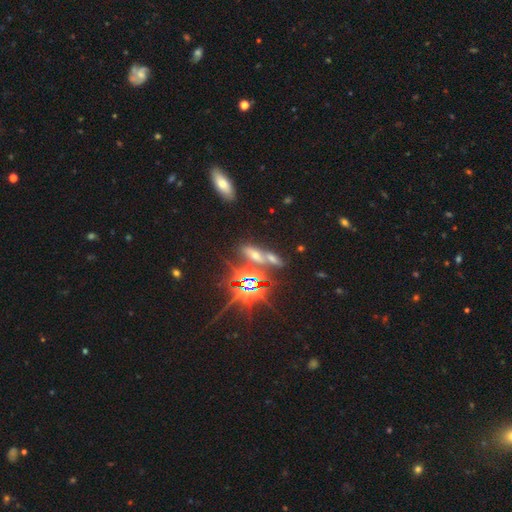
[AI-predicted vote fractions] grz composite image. It shows a star or artifact, not a galaxy (48%).